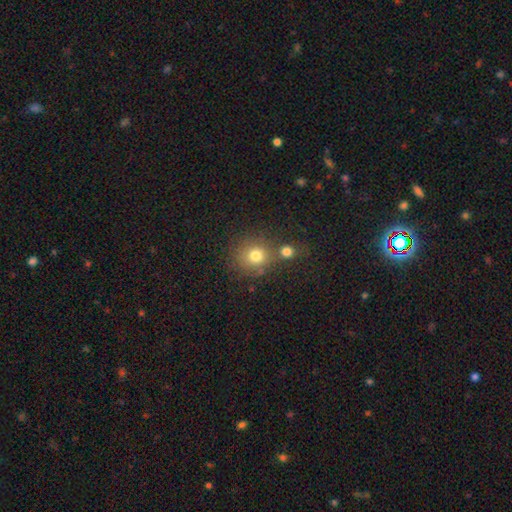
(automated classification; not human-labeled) A smooth galaxy with no disk features (76%) that is round (84%). Merging: none (58%).